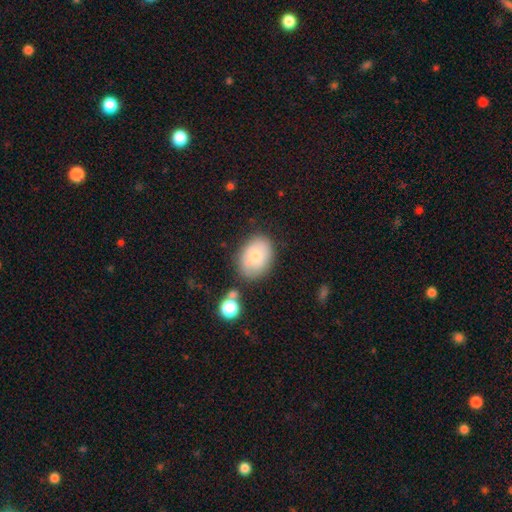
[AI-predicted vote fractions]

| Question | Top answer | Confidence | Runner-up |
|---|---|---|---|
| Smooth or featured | smooth | 70% | featured or disk (23%) |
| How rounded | in between | 75% | round (24%) |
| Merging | none | 69% | minor disturbance (19%) |